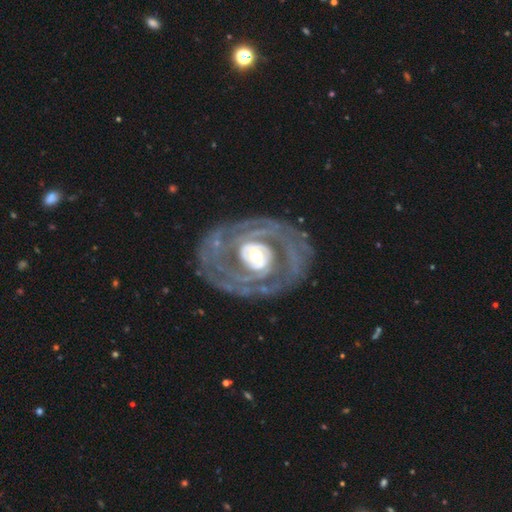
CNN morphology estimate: smooth-or-featured: featured or disk: 89% | smooth: 7% | star or artifact: 4%
  disk-edge-on: no: 97% | yes: 3%
    bar: no: 54% | weak: 27% | strong: 19%
    has-spiral-arms: yes: 91% | no: 9%
      spiral-winding: tight: 61% | medium: 30% | loose: 9%
      spiral-arm-count: 2: 55% | can't tell: 18% | 3: 11% | 1: 5% | 4: 5% | more than 4: 5%
    bulge-size: moderate: 56% | small: 27% | large: 14% | dominant: 2% | none: 1%
  merging: none: 75% | minor disturbance: 14% | major disturbance: 10% | merger: 2%